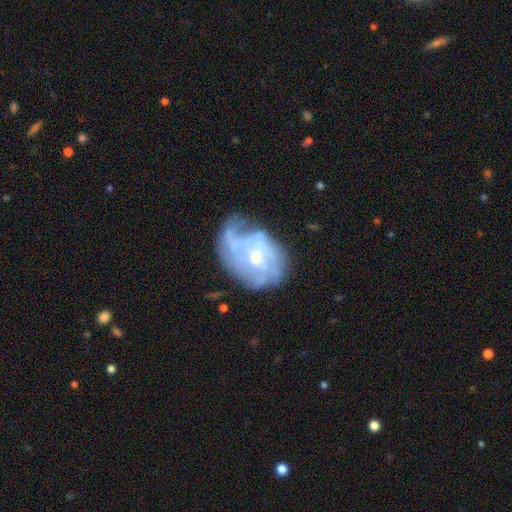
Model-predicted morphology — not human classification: type=featured or disk (76%); edge-on=no (97%); bar=no (66%); spiral arms=yes (74%); winding=tight (41%); arm count=can't tell (48%); bulge=small (74%); merging=none (38%).